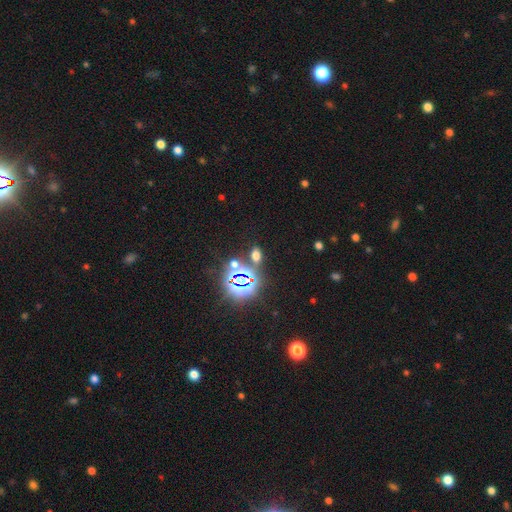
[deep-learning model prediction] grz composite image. It shows a smooth galaxy with no disk features (47%). Merging: none (78%).